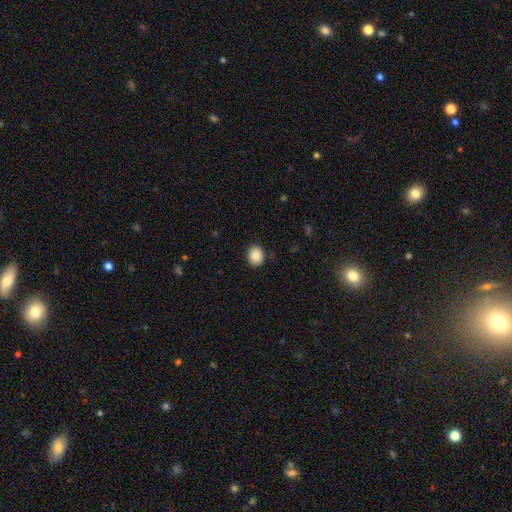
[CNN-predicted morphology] Smooth or featured? Predicted: smooth (p=0.87). How rounded? Predicted: round (p=0.59). Merging? Predicted: none (p=0.89).